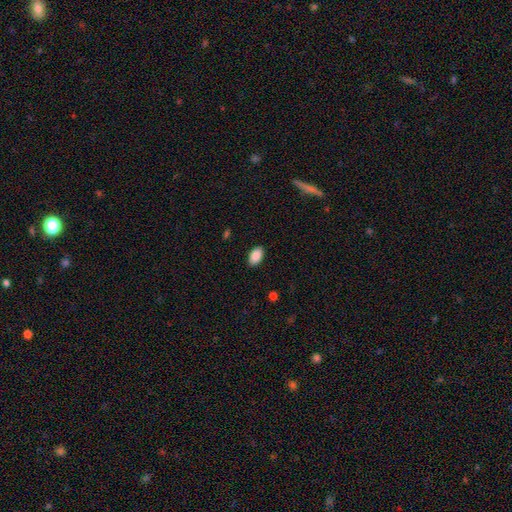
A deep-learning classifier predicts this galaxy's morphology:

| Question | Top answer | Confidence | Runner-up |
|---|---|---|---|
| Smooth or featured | smooth | 89% | star or artifact (7%) |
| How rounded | in between | 93% | round (5%) |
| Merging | none | 88% | minor disturbance (9%) |